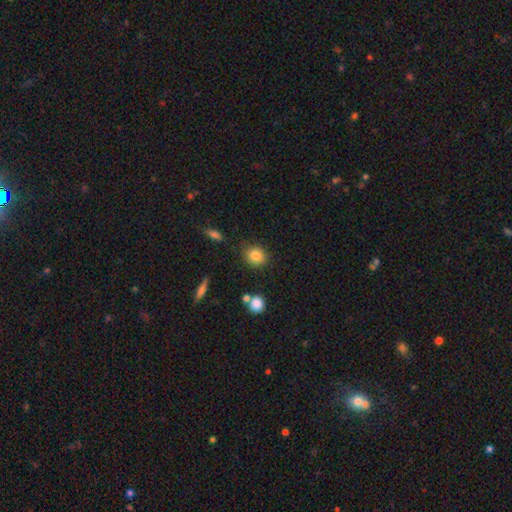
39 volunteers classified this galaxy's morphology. Overall: smooth (87%). How rounded: round (79%). Merging: none (86%).